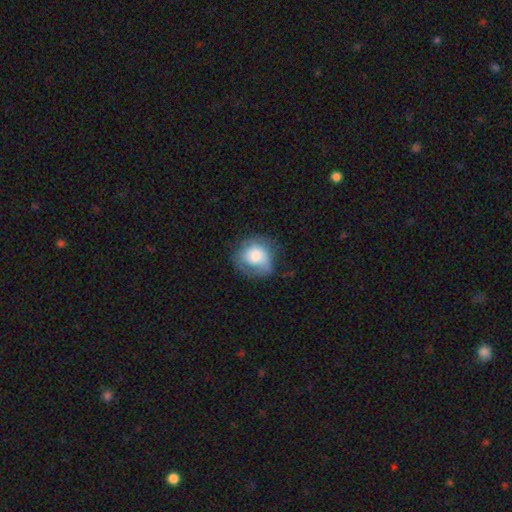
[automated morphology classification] Smooth or featured: smooth — 68% (featured or disk — 24%)
How rounded: round — 75% (in between — 24%)
Merging: none — 49% (minor disturbance — 31%)